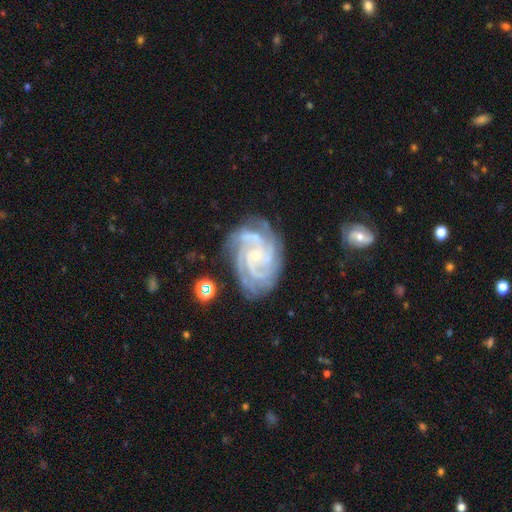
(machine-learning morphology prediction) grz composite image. It shows a featured or disk galaxy (92%) with no bar (66%), 4 (37%) tight (69%) spiral arms (99%) and a small central bulge (80%). Merging: none (75%).